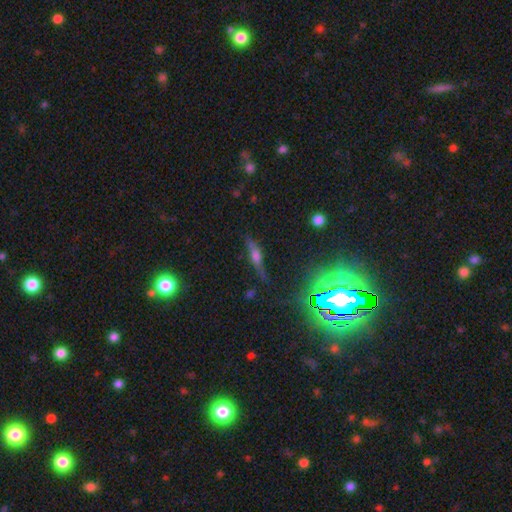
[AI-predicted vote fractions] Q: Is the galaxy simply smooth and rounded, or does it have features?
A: featured or disk — 49%.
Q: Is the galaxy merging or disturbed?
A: none — 71%.